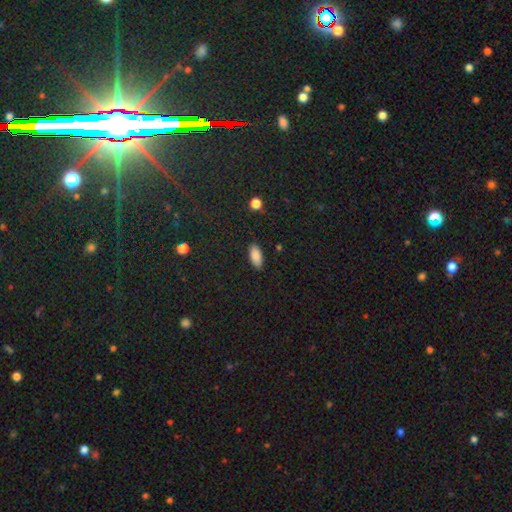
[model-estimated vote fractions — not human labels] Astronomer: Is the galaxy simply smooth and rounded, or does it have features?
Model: smooth — 87%.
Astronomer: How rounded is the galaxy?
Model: in between — 90%.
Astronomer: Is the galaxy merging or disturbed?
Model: none — 87%.